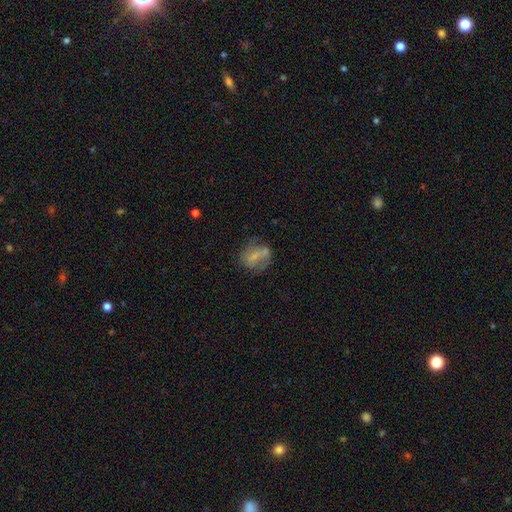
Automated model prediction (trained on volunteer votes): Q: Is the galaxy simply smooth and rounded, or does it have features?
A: featured or disk — 47%.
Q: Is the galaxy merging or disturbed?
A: none — 50%.